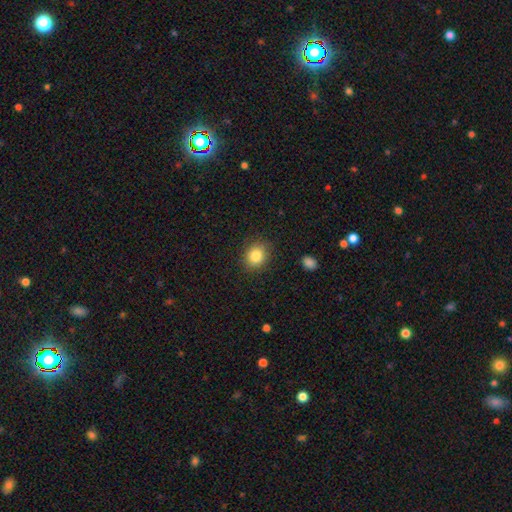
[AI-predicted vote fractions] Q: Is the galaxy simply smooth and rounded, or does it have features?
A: smooth — 84%.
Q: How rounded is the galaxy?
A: round — 69%.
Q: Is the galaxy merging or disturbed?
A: none — 86%.